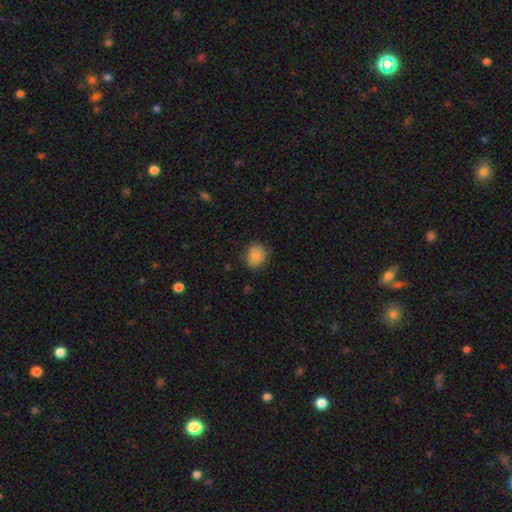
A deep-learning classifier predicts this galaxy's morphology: A smooth galaxy with no disk features (84%) that is round (60%). Merging: none (71%).